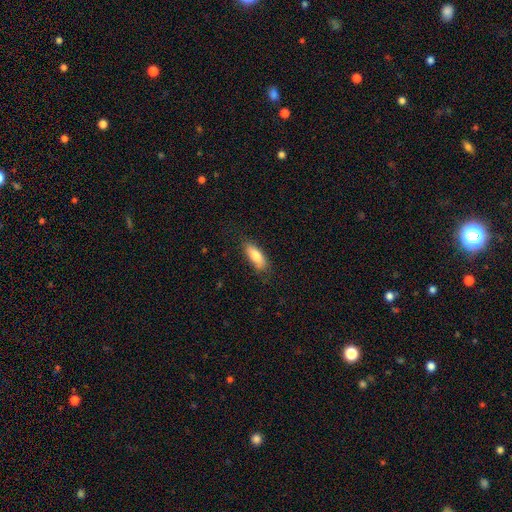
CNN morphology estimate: Q: Smooth or featured?
A: smooth (80%); runner-up: featured or disk (13%)
Q: How rounded?
A: in between (72%); runner-up: cigar-shaped (26%)
Q: Merging?
A: none (75%); runner-up: minor disturbance (19%)